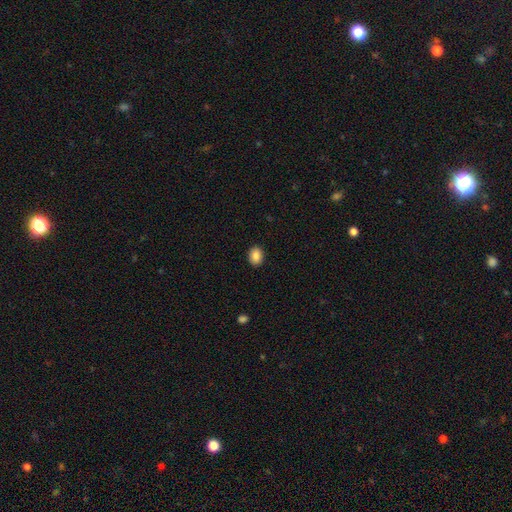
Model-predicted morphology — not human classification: A smooth galaxy with no disk features (87%) that is in between round and cigar-shaped (59%). Merging: none (91%).